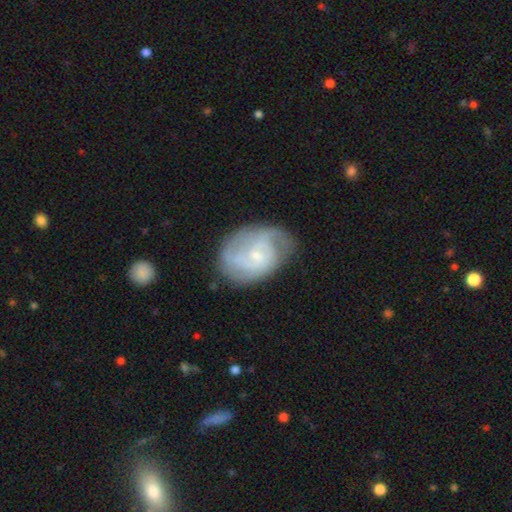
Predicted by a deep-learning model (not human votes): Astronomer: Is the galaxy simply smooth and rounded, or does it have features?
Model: featured or disk — 76%.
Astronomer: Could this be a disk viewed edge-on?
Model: no — 98%.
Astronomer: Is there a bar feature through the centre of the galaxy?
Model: no — 52% (runner-up: weak, 42%).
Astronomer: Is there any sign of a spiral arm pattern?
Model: yes — 91%.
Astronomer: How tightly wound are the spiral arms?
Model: tight — 45% (runner-up: medium, 41%).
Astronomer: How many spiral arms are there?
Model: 2 — 36% (runner-up: can't tell, 30%).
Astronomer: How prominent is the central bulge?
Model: small — 67%.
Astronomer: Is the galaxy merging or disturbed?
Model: none — 64%.